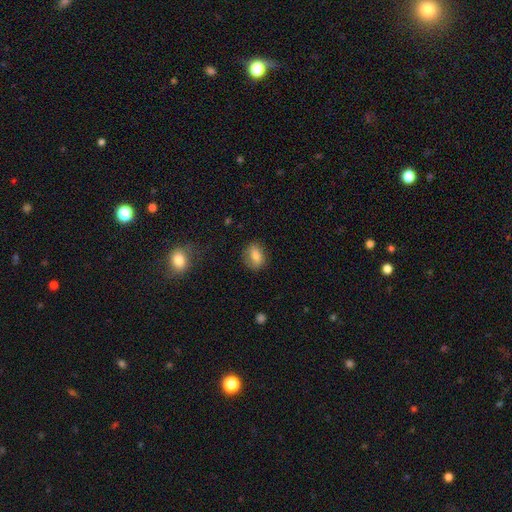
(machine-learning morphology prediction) The model was most divided on "how rounded": in between: 62%, round: 35%, cigar-shaped: 3%. More confident: merging — none (81%); smooth or featured — smooth (75%).